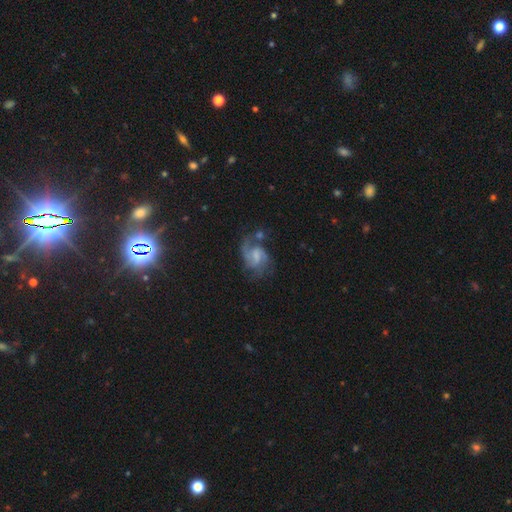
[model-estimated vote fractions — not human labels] smooth-or-featured: featured or disk: 77% | smooth: 16% | star or artifact: 8%
  disk-edge-on: no: 98% | yes: 2%
    bar: weak: 54% | no: 31% | strong: 15%
    has-spiral-arms: yes: 91% | no: 9%
      spiral-winding: medium: 49% | loose: 33% | tight: 18%
      spiral-arm-count: 2: 65% | can't tell: 12% | 1: 11% | 3: 9% | 4: 2% | more than 4: 2%
    bulge-size: none: 37% | small: 30% | moderate: 25% | large: 7% | dominant: 1%
  merging: none: 46% | major disturbance: 23% | minor disturbance: 21% | merger: 10%